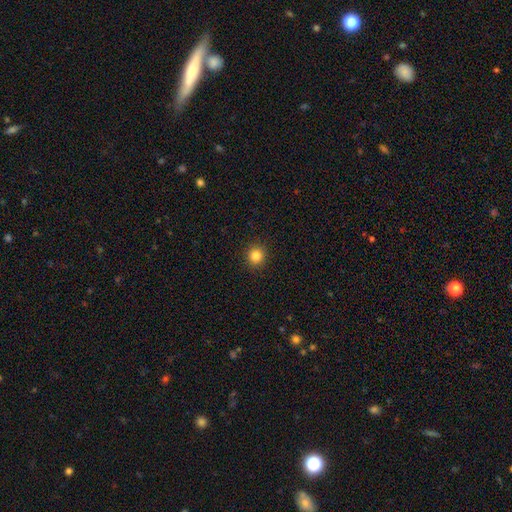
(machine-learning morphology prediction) The model was most divided on "smooth or featured": smooth: 85%, star or artifact: 11%, featured or disk: 4%. More confident: merging — none (92%); how rounded — round (91%).